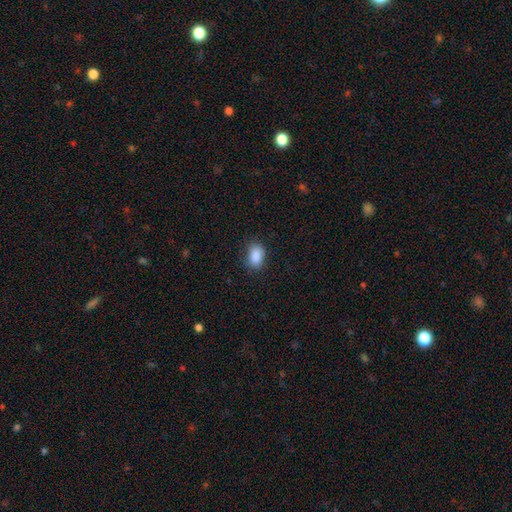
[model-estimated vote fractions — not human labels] Morphology: type=smooth (89%); roundness=in between (85%); merging=none (82%).